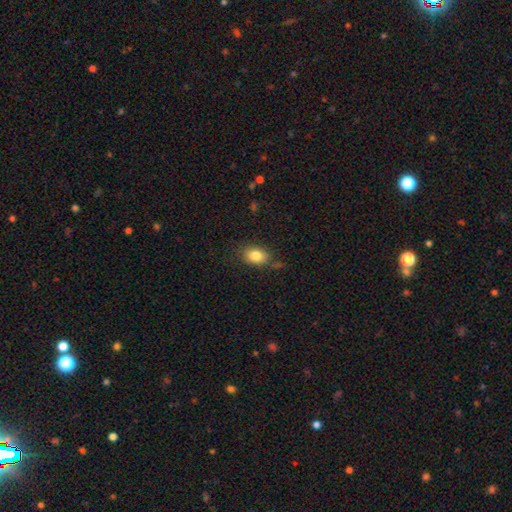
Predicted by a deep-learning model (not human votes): Smooth or featured? Predicted: smooth (p=0.82). How rounded? Predicted: in between (p=0.77). Merging? Predicted: none (p=0.74).